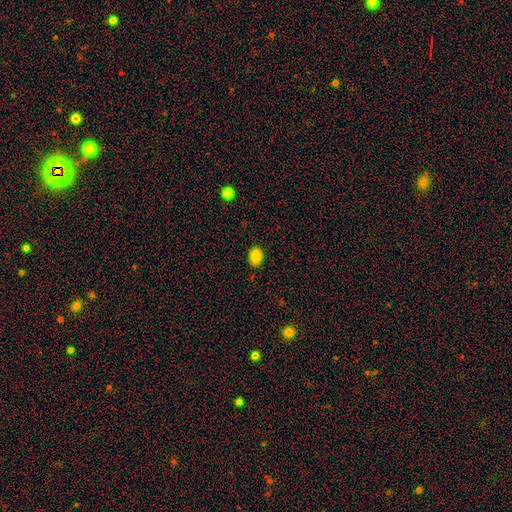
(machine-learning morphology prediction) A smooth galaxy with no disk features (85%) that is in between round and cigar-shaped (69%). Merging: none (78%).